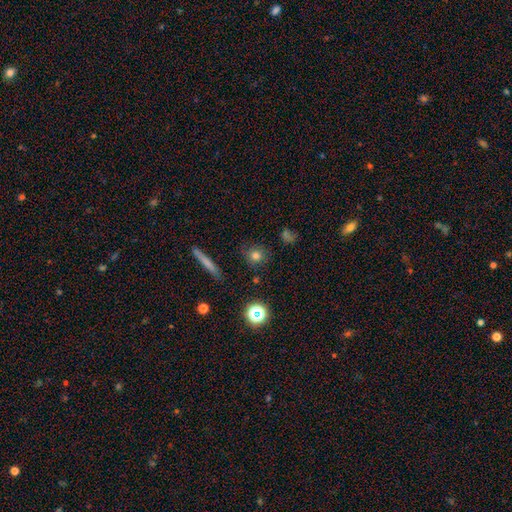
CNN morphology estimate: Smooth or featured? smooth (75%)
How rounded? round (87%)
Merging? none (85%)